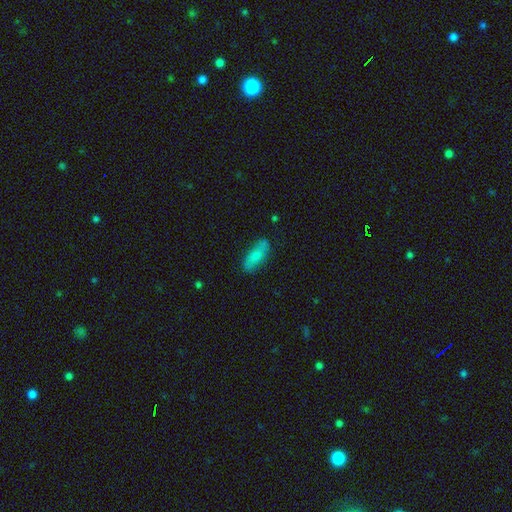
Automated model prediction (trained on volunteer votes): A smooth galaxy with no disk features (75%) that is in between round and cigar-shaped (72%). Merging: none (80%).